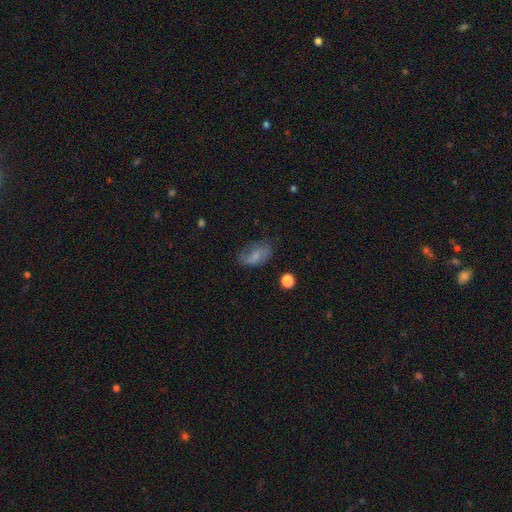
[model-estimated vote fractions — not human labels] Smooth or featured? Predicted: smooth (p=0.60). How rounded? Predicted: in between (p=0.88). Merging? Predicted: none (p=0.54).